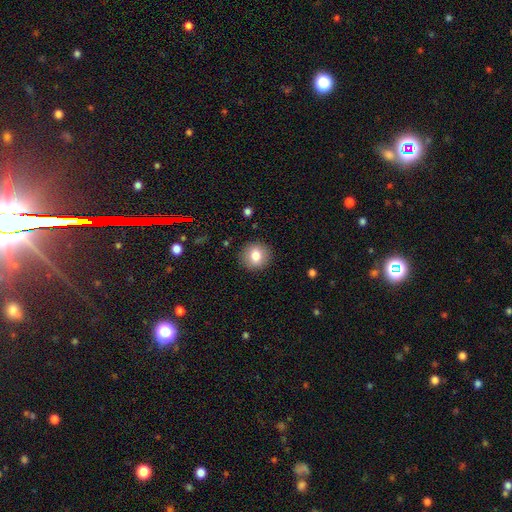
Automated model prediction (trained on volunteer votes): smooth 80%, featured or disk 11%, star or artifact 9%. Down the decision tree: how rounded — round (86%); merging — none (90%).